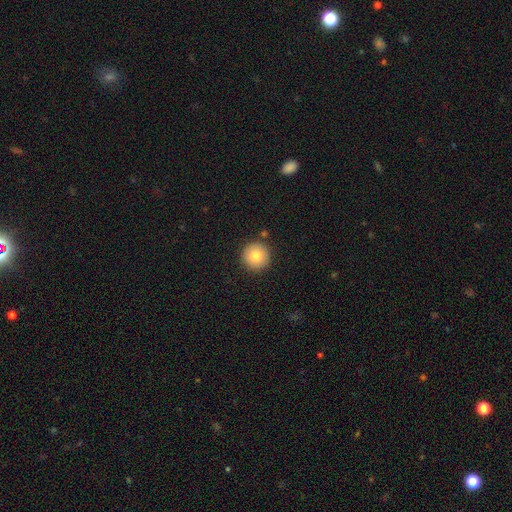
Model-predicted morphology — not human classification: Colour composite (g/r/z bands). It shows a smooth galaxy with no disk features (81%) that is round (96%). Merging: none (88%).